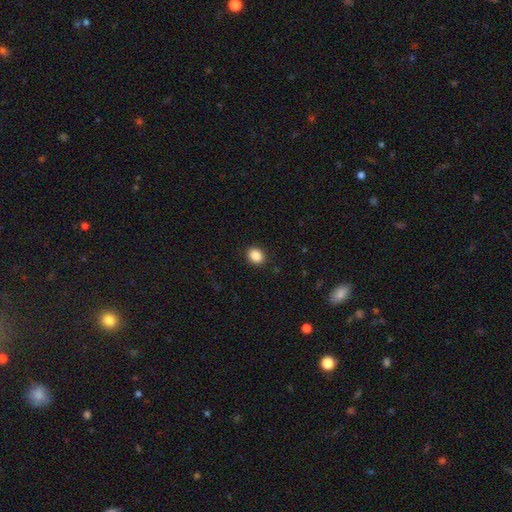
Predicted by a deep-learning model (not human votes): A smooth galaxy with no disk features (88%) that is in between round and cigar-shaped (53%).

Vote fractions:
- Smooth or featured? smooth: 88% / star or artifact: 9% / featured or disk: 3%
- How rounded? in between: 53% / round: 46% / cigar-shaped: 1%
- Merging? none: 91% / minor disturbance: 6% / major disturbance: 2% / merger: 1%